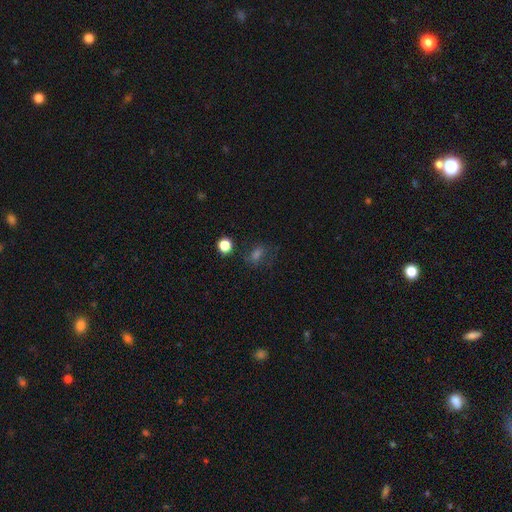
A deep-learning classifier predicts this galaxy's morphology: Q: Smooth or featured?
A: smooth (53%); runner-up: star or artifact (31%)
Q: How rounded?
A: in between (61%); runner-up: round (36%)
Q: Merging?
A: none (63%); runner-up: minor disturbance (19%)